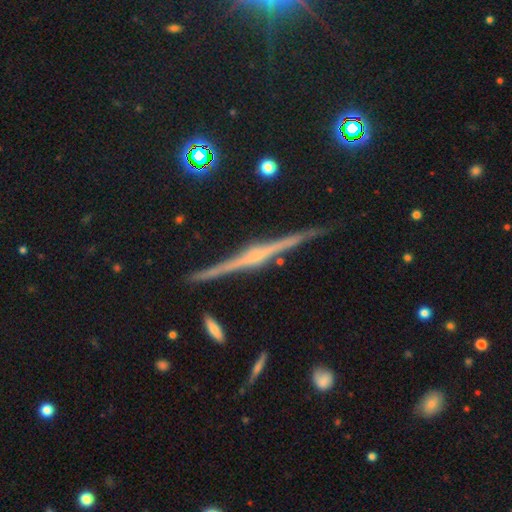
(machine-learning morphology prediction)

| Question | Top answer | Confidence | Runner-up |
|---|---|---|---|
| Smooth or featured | featured or disk | 86% | smooth (7%) |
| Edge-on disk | yes | 98% | no (2%) |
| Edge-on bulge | rounded | 65% | boxy (19%) |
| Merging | none | 90% | minor disturbance (7%) |